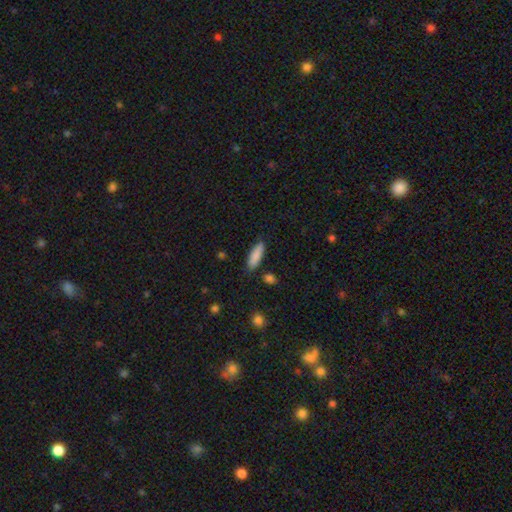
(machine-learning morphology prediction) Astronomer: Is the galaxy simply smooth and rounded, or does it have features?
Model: smooth — 87%.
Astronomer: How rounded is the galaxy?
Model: cigar-shaped — 50% (runner-up: in between, 48%).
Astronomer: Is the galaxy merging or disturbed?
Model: none — 85%.